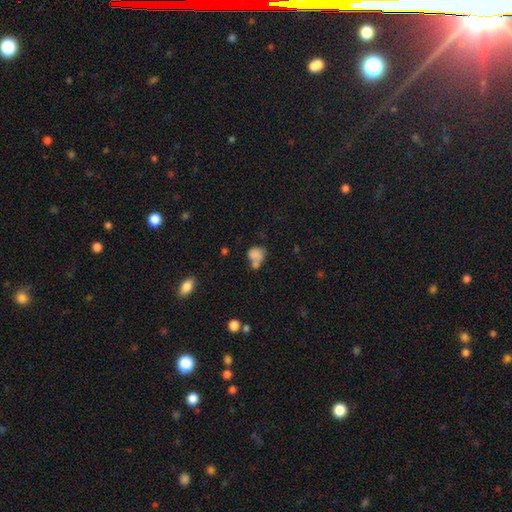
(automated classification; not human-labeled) Overall: smooth (76%). How rounded: round (51%; in between 48%). Merging: merger (47%; none 28%).